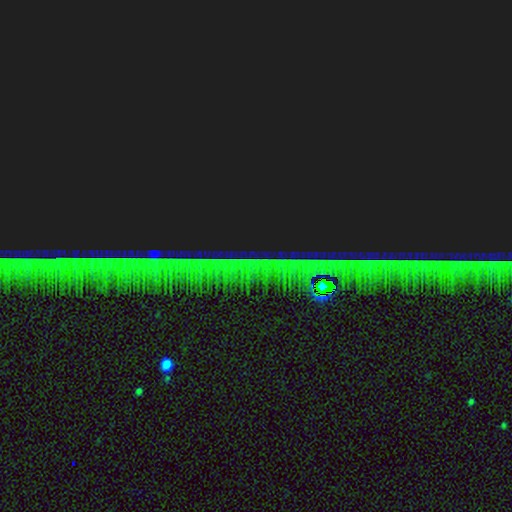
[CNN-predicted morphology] Smooth or featured: star or artifact — 85% (featured or disk — 8%)